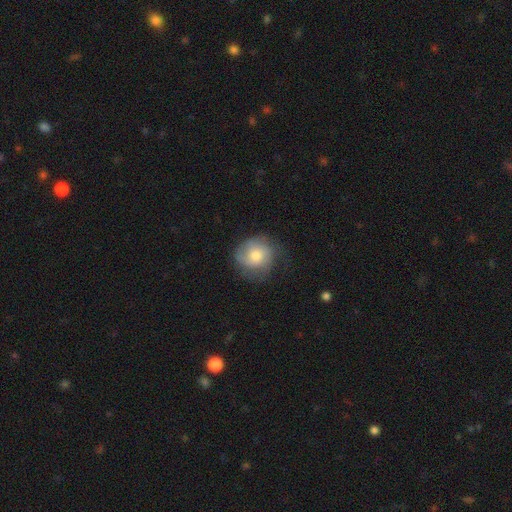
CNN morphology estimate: Smooth or featured? smooth (49%)
Merging? none (64%)